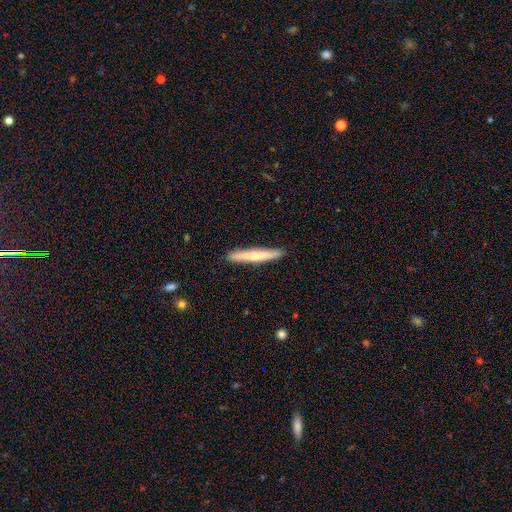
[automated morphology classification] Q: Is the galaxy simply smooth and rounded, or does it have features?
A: smooth — 58%.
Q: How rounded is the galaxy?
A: cigar-shaped — 95%.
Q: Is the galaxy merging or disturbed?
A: none — 91%.